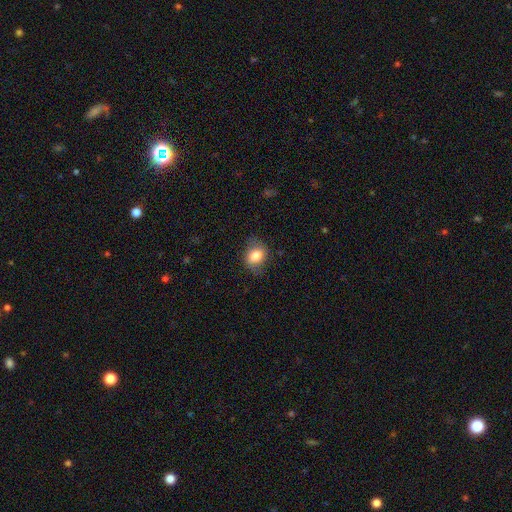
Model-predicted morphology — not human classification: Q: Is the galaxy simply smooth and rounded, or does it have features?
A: smooth — 80%.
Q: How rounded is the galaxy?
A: in between — 64%.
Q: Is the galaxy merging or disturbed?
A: none — 74%.